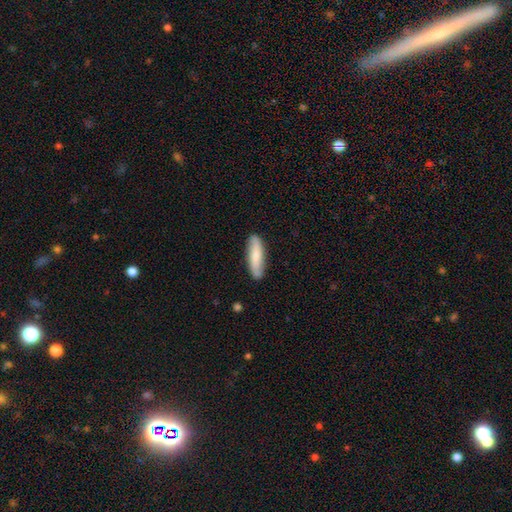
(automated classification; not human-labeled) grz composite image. It shows a smooth galaxy with no disk features (69%) that is cigar-shaped (61%). Merging: none (85%).